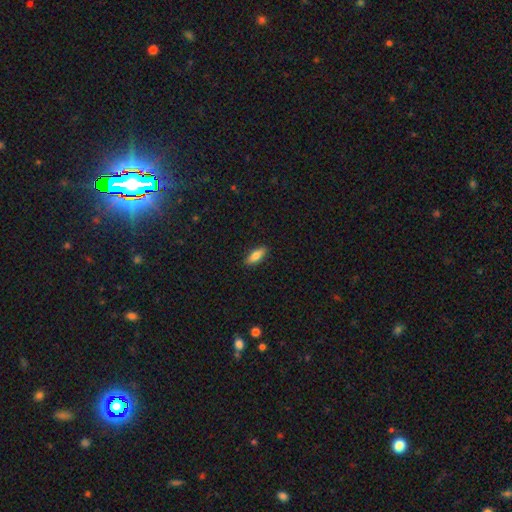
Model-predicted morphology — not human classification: Smooth or featured?
  - smooth: 77% *
  - featured or disk: 16%
  - star or artifact: 6%
How rounded?
  - in between: 65% *
  - cigar-shaped: 32%
  - round: 2%
Merging?
  - none: 89% *
  - minor disturbance: 8%
  - major disturbance: 2%
  - merger: 1%